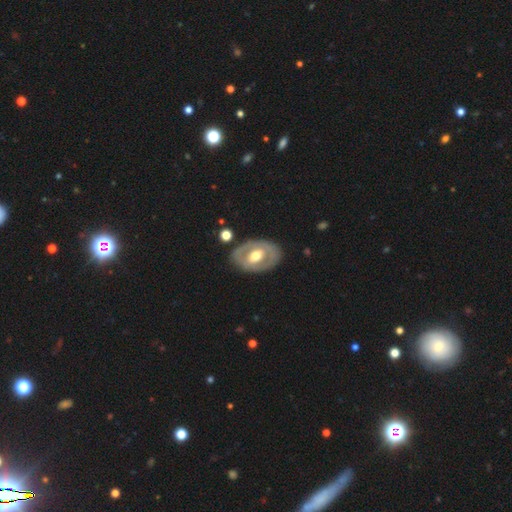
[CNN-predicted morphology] Q: Smooth or featured?
A: featured or disk (62%); runner-up: smooth (33%)
Q: Edge-on disk?
A: no (93%); runner-up: yes (7%)
Q: Bar?
A: no (58%); runner-up: weak (29%)
Q: Spiral arms?
A: no (75%); runner-up: yes (25%)
Q: Bulge size?
A: moderate (70%); runner-up: large (22%)
Q: Merging?
A: none (78%); runner-up: minor disturbance (15%)